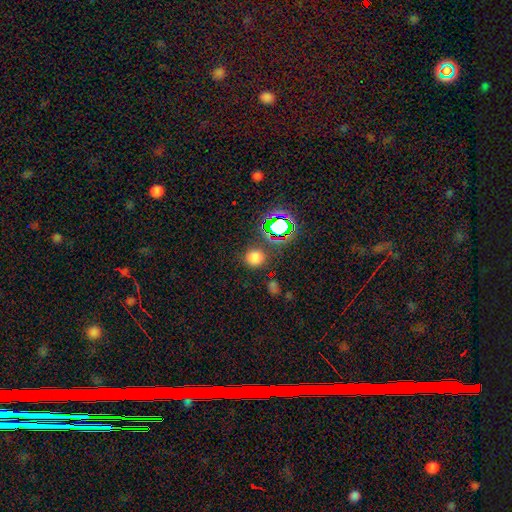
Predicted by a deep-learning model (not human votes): smooth_or_featured: smooth (p=0.50) [alt: star or artifact p=0.43]
how_rounded: round (p=0.88) [alt: in between p=0.10]
merging: none (p=0.82) [alt: minor disturbance p=0.08]